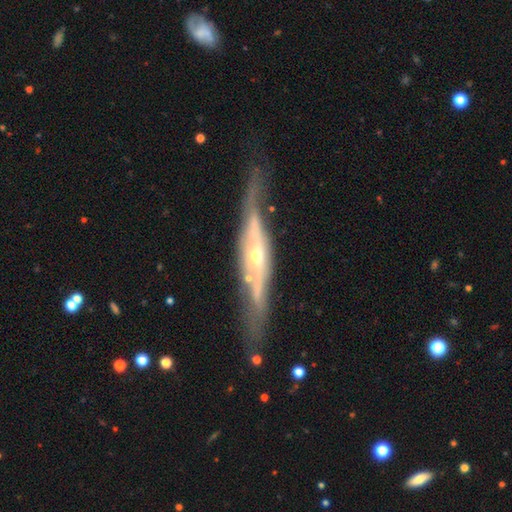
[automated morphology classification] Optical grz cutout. It shows a featured or disk galaxy (84%) viewed edge-on (78%) with a rounded central bulge (73%). Merging: none (70%).